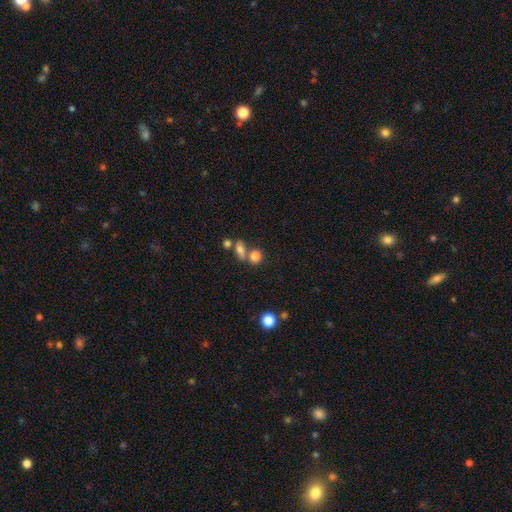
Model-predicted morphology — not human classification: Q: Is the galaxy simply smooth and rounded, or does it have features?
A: smooth — 79%.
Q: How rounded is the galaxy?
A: round — 76%.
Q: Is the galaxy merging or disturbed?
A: none — 51%.